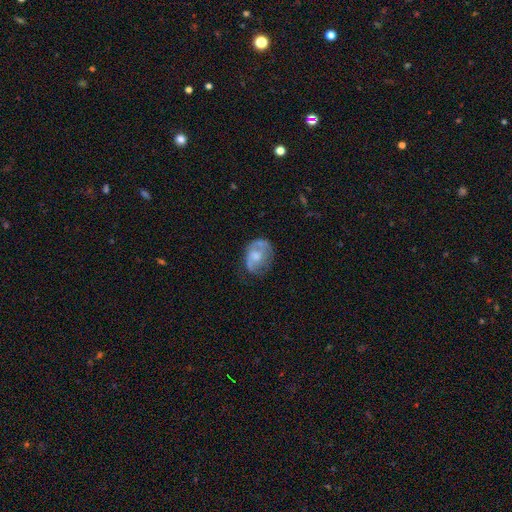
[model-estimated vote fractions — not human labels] smooth-or-featured: featured or disk: 50% | smooth: 43% | star or artifact: 7%
  disk-edge-on: no: 97% | yes: 3%
  merging: none: 49% | minor disturbance: 30% | major disturbance: 19% | merger: 2%